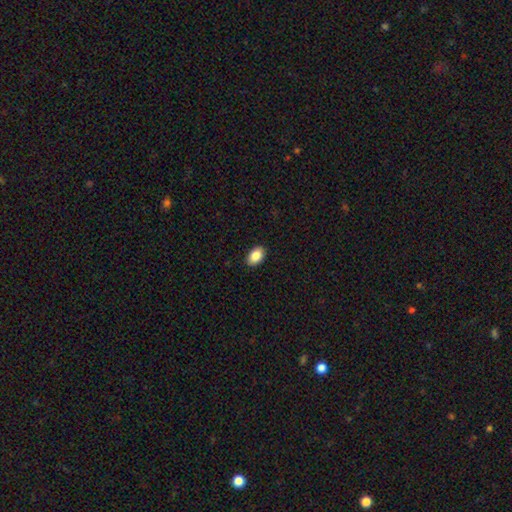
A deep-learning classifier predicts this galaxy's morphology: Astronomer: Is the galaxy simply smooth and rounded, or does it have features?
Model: smooth — 87%.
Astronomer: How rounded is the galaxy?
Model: in between — 88%.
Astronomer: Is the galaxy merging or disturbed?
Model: none — 90%.